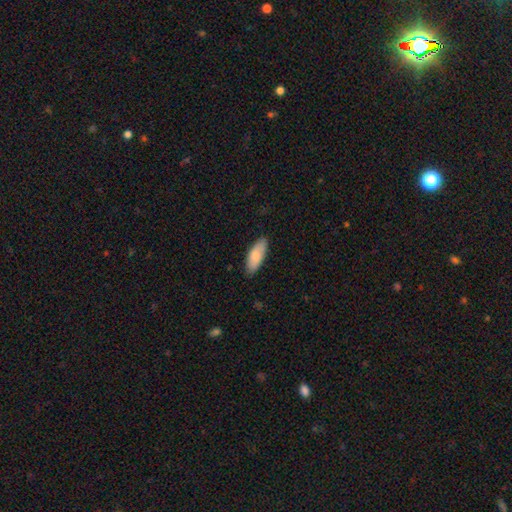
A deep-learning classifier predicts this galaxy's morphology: Smooth or featured?
  - smooth: 85% *
  - featured or disk: 9%
  - star or artifact: 6%
How rounded?
  - in between: 79% *
  - cigar-shaped: 20%
  - round: 2%
Merging?
  - none: 83% *
  - minor disturbance: 13%
  - major disturbance: 2%
  - merger: 1%